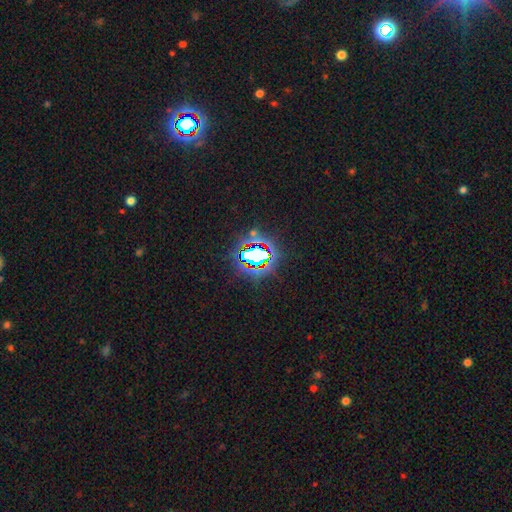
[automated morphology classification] Smooth or featured? star or artifact (71%)